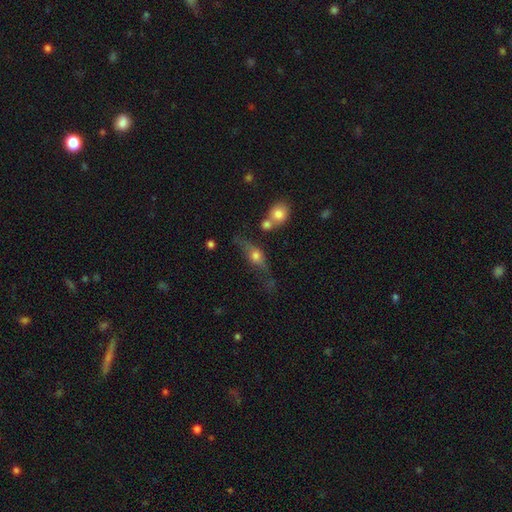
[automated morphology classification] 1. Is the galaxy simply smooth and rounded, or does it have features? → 51% smooth, 38% featured or disk, 11% star or artifact.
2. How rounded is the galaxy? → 58% in between, 23% cigar-shaped, 19% round.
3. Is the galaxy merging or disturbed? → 44% none, 23% minor disturbance, 18% major disturbance, 15% merger.